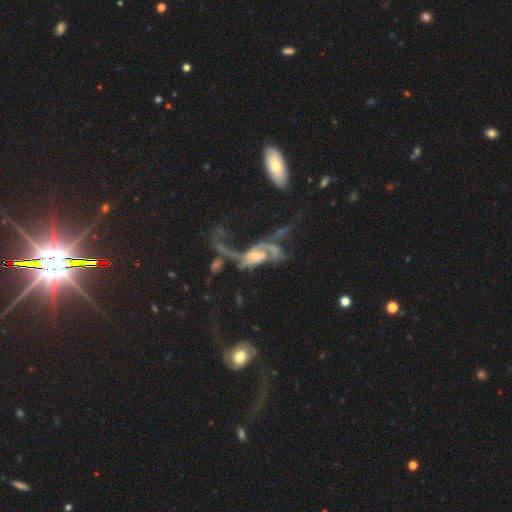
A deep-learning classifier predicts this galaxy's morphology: smooth_or_featured: featured or disk (p=0.77) [alt: smooth p=0.15]
disk_edge_on: no (p=0.92) [alt: yes p=0.08]
bar: no (p=0.60) [alt: weak p=0.29]
has_spiral_arms: yes (p=0.75) [alt: no p=0.25]
spiral_winding: loose (p=0.58) [alt: medium p=0.27]
spiral_arm_count: 2 (p=0.52) [alt: can't tell p=0.23]
bulge_size: moderate (p=0.45) [alt: small p=0.43]
merging: major disturbance (p=0.43) [alt: merger p=0.34]